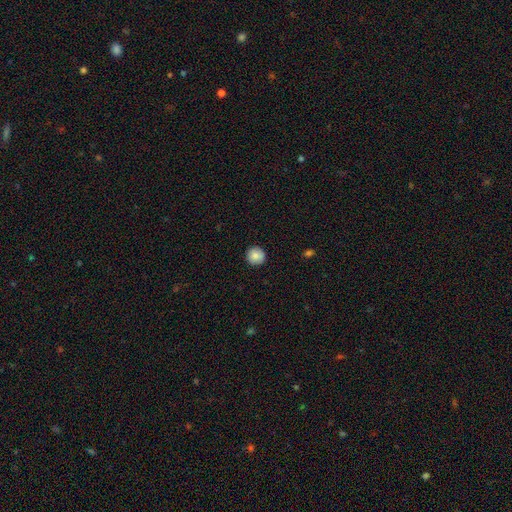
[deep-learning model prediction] smooth 85%, star or artifact 8%, featured or disk 7%. Down the decision tree: how rounded — round (94%); merging — none (90%).